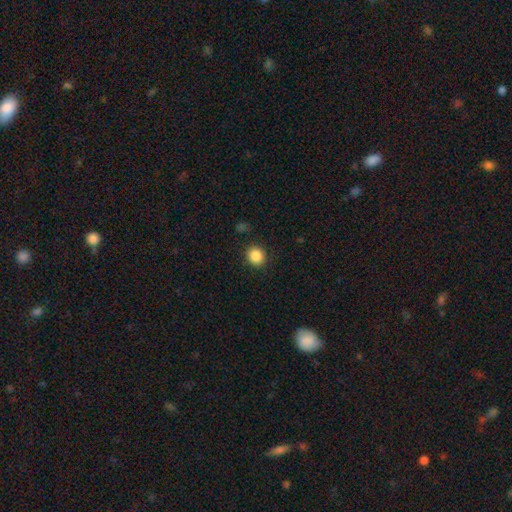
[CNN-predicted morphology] Smooth or featured?
  - smooth: 86% *
  - star or artifact: 10%
  - featured or disk: 4%
How rounded?
  - round: 84% *
  - in between: 15%
  - cigar-shaped: 1%
Merging?
  - none: 89% *
  - minor disturbance: 7%
  - major disturbance: 2%
  - merger: 1%